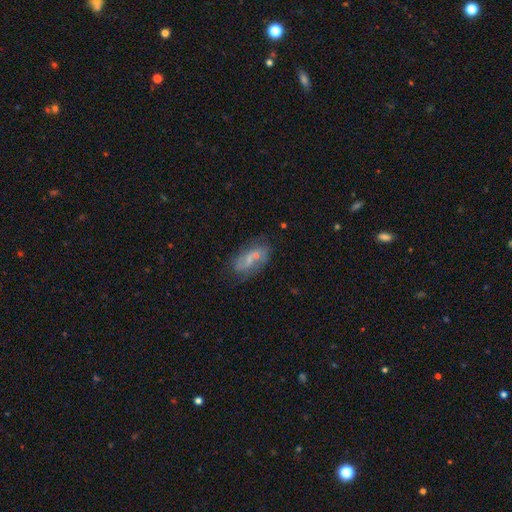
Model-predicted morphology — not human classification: Overall: featured or disk (49%; smooth 36%). Merging: none (63%).